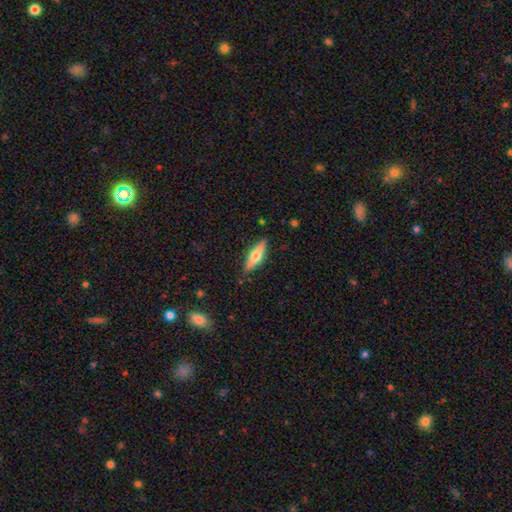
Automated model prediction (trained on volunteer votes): Smooth or featured? Predicted: featured or disk (p=0.54). Edge-on disk? Predicted: yes (p=0.94). Edge-on bulge? Predicted: rounded (p=0.93). Merging? Predicted: none (p=0.87).